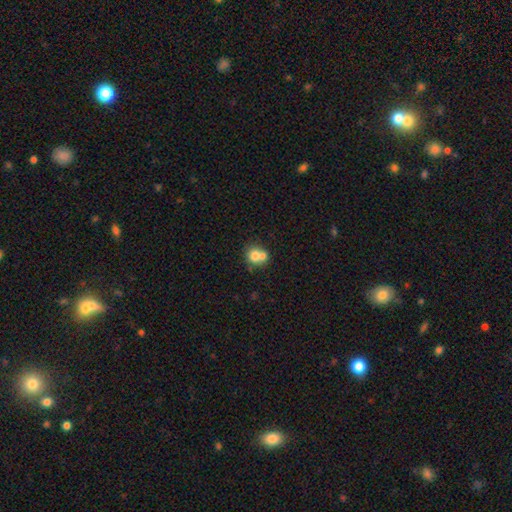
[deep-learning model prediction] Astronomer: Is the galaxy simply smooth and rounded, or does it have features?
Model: smooth — 72%.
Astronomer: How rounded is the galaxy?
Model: round — 79%.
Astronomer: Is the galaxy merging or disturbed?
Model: merger — 54% (runner-up: none, 36%).